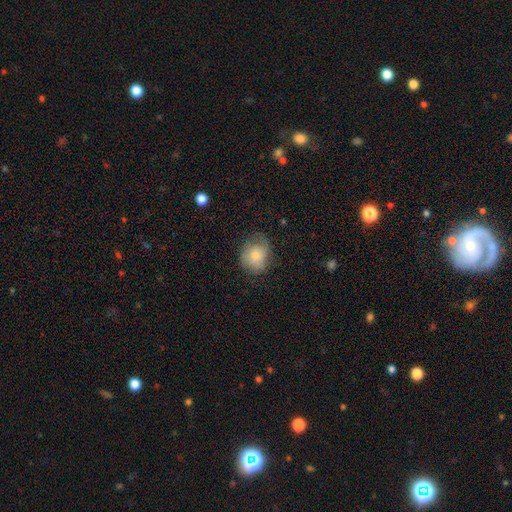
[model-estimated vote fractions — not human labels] Smooth or featured: smooth — 65% (featured or disk — 27%)
How rounded: round — 55% (in between — 44%)
Merging: none — 54% (minor disturbance — 30%)